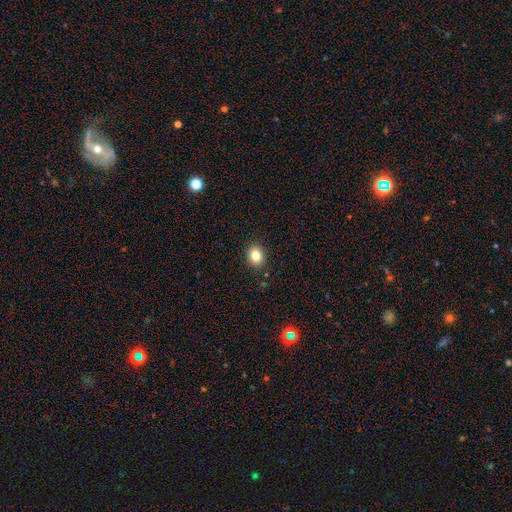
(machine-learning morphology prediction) Smooth or featured?
  - smooth: 83% *
  - star or artifact: 10%
  - featured or disk: 7%
How rounded?
  - round: 50% *
  - in between: 49%
  - cigar-shaped: 1%
Merging?
  - none: 89% *
  - minor disturbance: 8%
  - major disturbance: 2%
  - merger: 1%